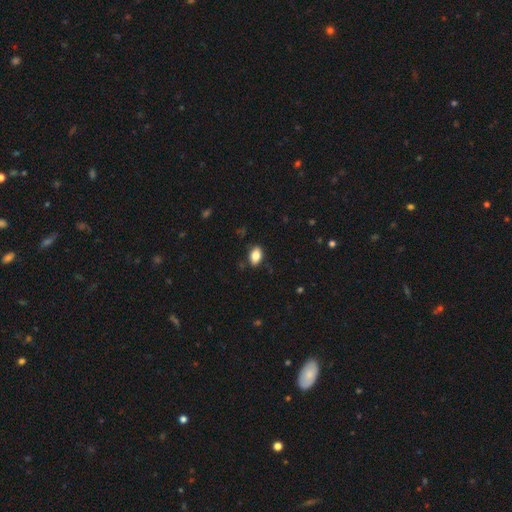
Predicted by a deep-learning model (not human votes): smooth 84%, featured or disk 8%, star or artifact 8%. Down the decision tree: how rounded — in between (87%); merging — none (85%).